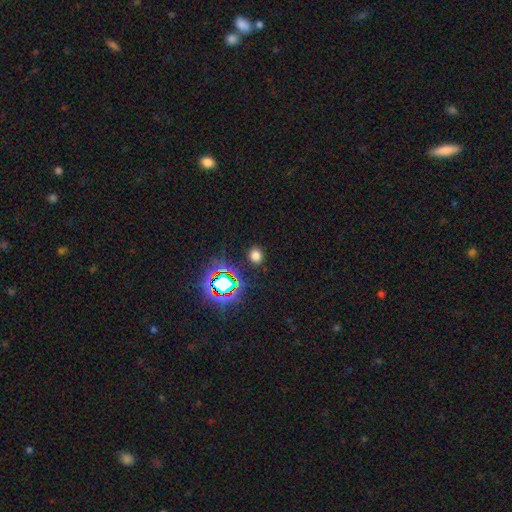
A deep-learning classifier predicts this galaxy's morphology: Smooth or featured? Predicted: smooth (p=0.68). How rounded? Predicted: round (p=0.72). Merging? Predicted: none (p=0.88).